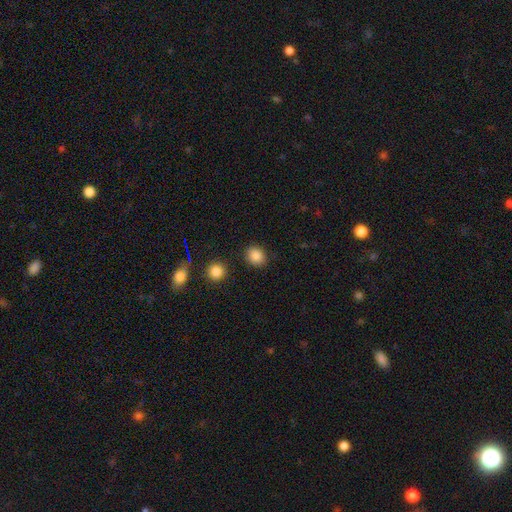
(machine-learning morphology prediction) Overall: smooth (86%). How rounded: round (74%). Merging: none (86%).